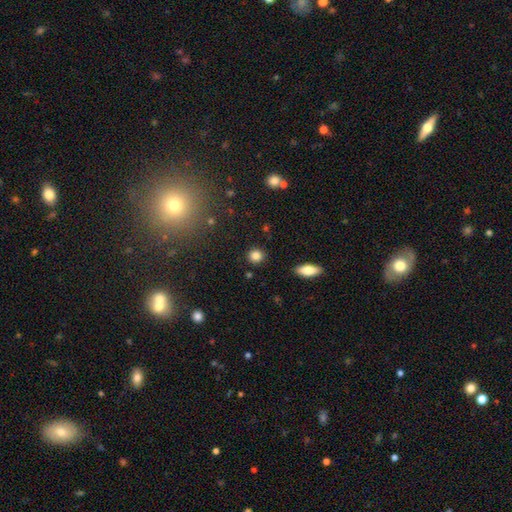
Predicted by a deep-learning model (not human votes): Smooth or featured?
  - smooth: 85% *
  - star or artifact: 10%
  - featured or disk: 5%
How rounded?
  - round: 89% *
  - in between: 10%
  - cigar-shaped: 1%
Merging?
  - none: 89% *
  - minor disturbance: 7%
  - major disturbance: 2%
  - merger: 2%